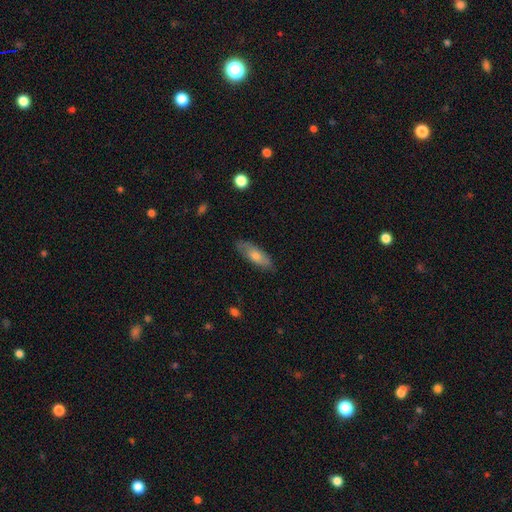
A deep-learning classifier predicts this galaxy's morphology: Smooth or featured: smooth — 57% (featured or disk — 36%)
How rounded: in between — 62% (cigar-shaped — 35%)
Merging: none — 82% (minor disturbance — 14%)